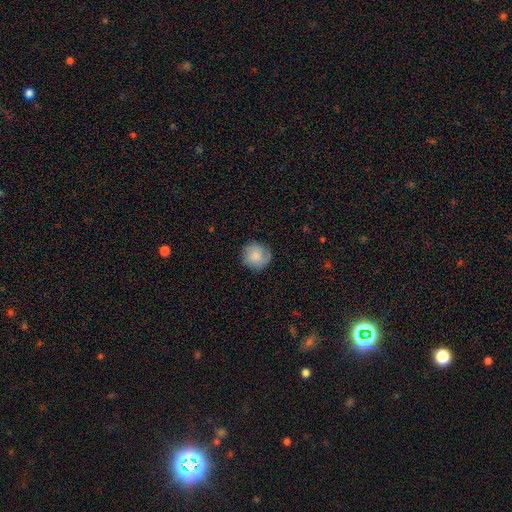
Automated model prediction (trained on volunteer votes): A smooth galaxy with no disk features (81%) that is round (92%). Merging: none (81%).